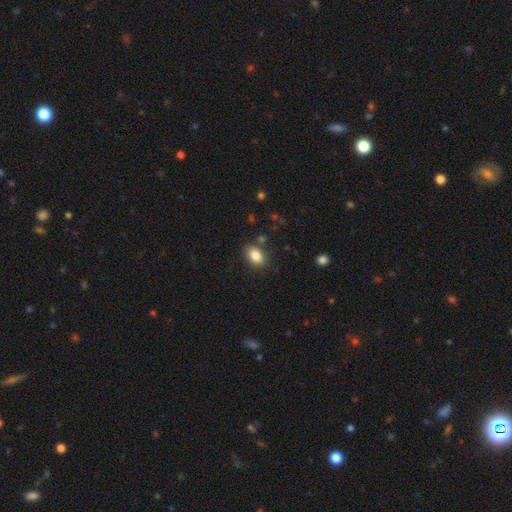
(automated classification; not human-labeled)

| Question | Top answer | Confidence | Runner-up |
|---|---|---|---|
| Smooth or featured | smooth | 85% | star or artifact (8%) |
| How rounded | in between | 82% | round (17%) |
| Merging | none | 81% | minor disturbance (12%) |